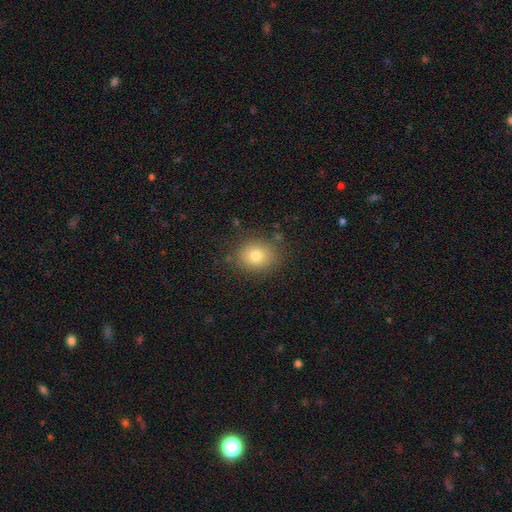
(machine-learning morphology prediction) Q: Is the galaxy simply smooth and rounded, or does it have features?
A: smooth — 77%.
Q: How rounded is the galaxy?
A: round — 52%.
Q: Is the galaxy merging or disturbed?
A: none — 85%.